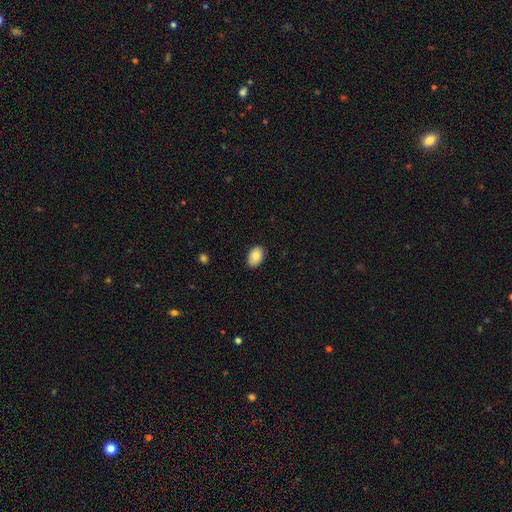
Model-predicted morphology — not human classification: smooth 81%, featured or disk 11%, star or artifact 8%. Down the decision tree: how rounded — in between (82%); merging — none (86%).